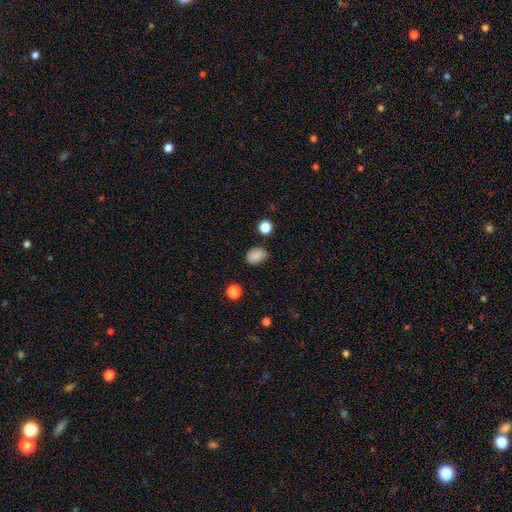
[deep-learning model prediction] Smooth or featured?
  - smooth: 86% *
  - star or artifact: 10%
  - featured or disk: 4%
How rounded?
  - in between: 77% *
  - round: 21%
  - cigar-shaped: 1%
Merging?
  - none: 80% *
  - minor disturbance: 15%
  - major disturbance: 3%
  - merger: 2%